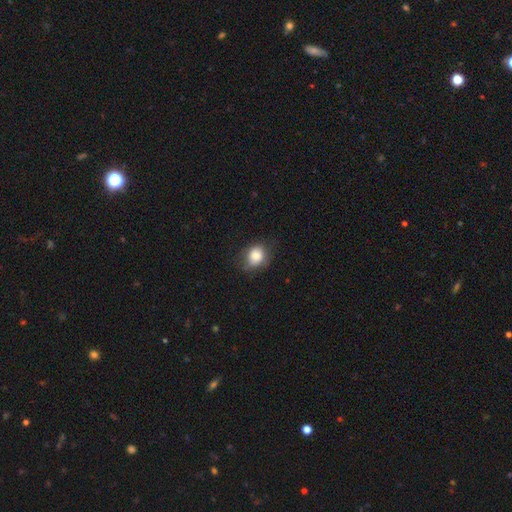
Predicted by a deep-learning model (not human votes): smooth 81%, star or artifact 10%, featured or disk 10%. Down the decision tree: how rounded — round (61%); merging — none (69%).